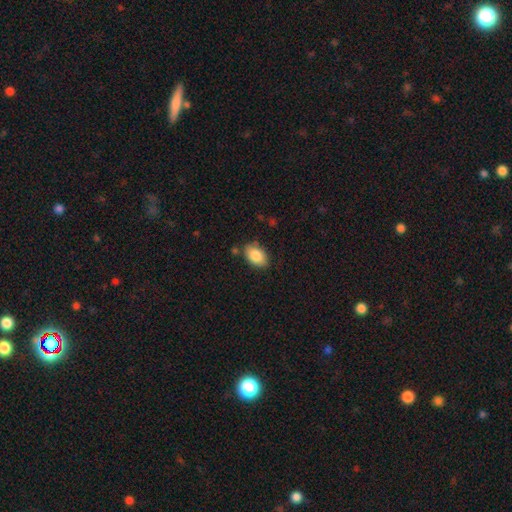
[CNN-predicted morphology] Smooth or featured? Predicted: smooth (p=0.86). How rounded? Predicted: in between (p=0.87). Merging? Predicted: none (p=0.80).